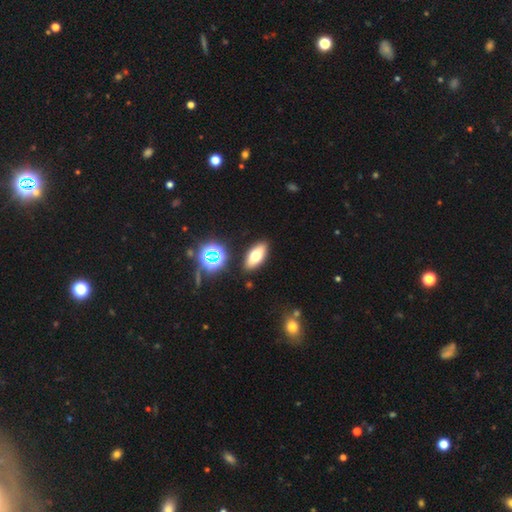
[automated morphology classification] smooth_or_featured: smooth (p=0.64) [alt: featured or disk p=0.22]
how_rounded: in between (p=0.77) [alt: cigar-shaped p=0.18]
merging: none (p=0.88) [alt: minor disturbance p=0.08]